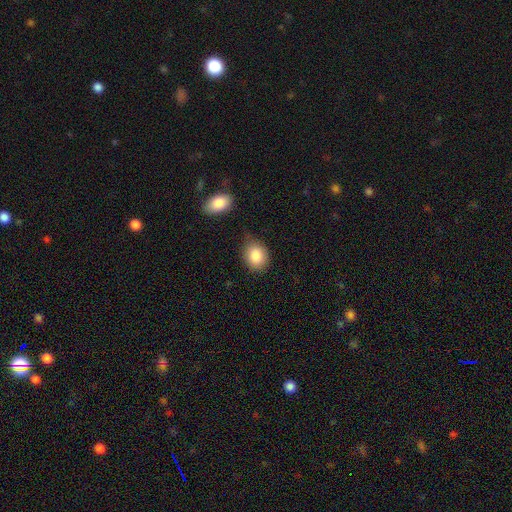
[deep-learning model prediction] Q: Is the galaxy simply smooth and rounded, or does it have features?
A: smooth — 85%.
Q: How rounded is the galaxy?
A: in between — 51%.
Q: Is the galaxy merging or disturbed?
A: none — 74%.